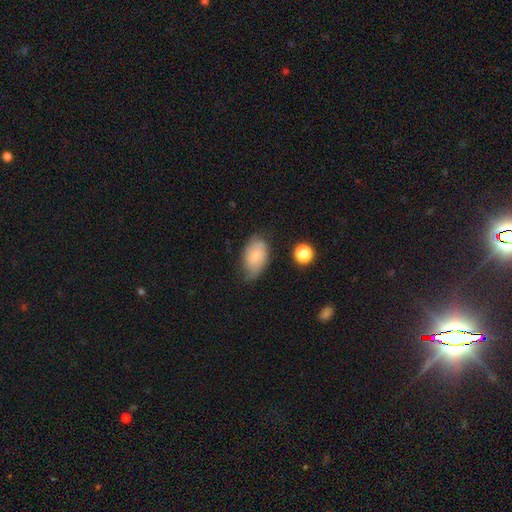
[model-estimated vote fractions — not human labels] A smooth galaxy with no disk features (50%) that is in between round and cigar-shaped (88%). Merging: none (57%).